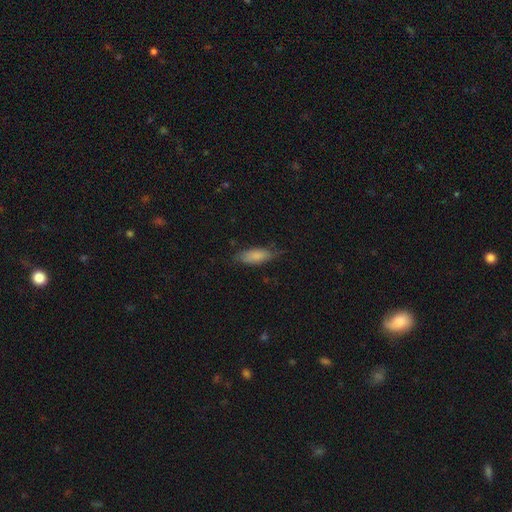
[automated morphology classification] smooth-or-featured: smooth: 83% | featured or disk: 10% | star or artifact: 6%
  how-rounded: in between: 74% | cigar-shaped: 24% | round: 2%
  merging: none: 70% | minor disturbance: 24% | major disturbance: 5% | merger: 1%